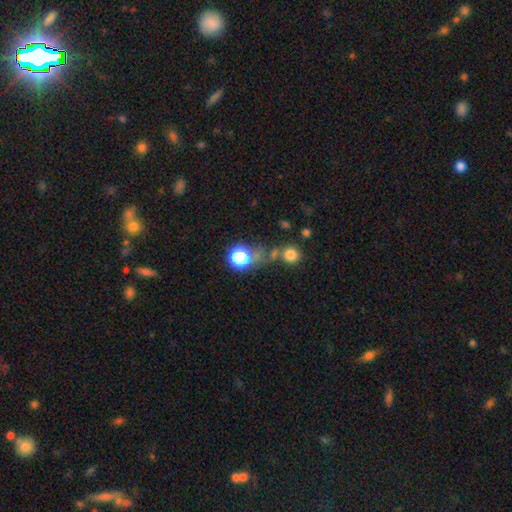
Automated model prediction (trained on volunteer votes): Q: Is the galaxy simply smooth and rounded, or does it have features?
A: smooth — 48%.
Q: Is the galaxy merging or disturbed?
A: none — 59%.